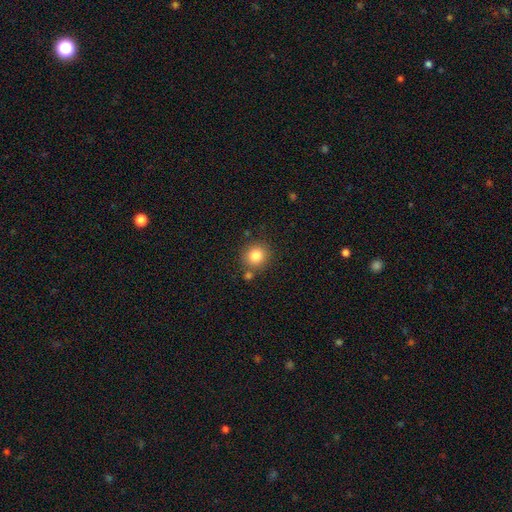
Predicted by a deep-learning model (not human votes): This appears to be a smooth galaxy with no disk features (83%) that is round (89%). Merging: none (78%).